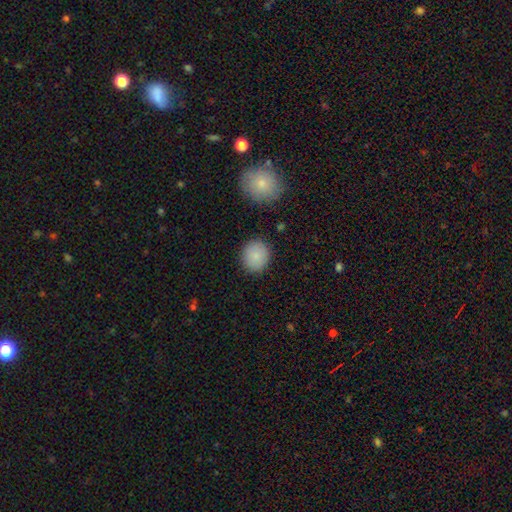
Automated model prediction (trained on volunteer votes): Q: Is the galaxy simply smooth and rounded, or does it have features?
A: smooth — 86%.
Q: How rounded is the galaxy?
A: round — 83%.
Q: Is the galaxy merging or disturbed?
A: none — 88%.